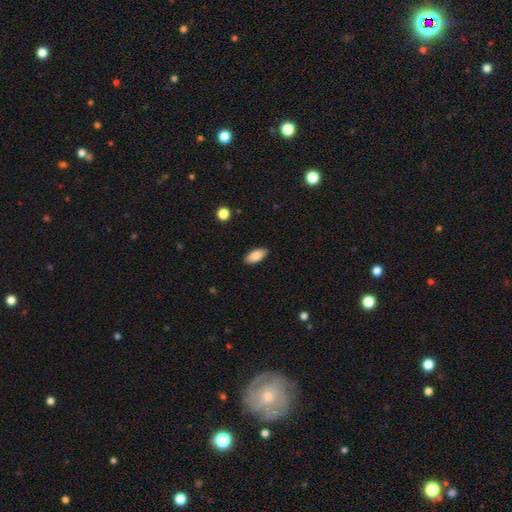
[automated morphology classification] A smooth galaxy with no disk features (86%) that is in between round and cigar-shaped (89%). Merging: none (88%).